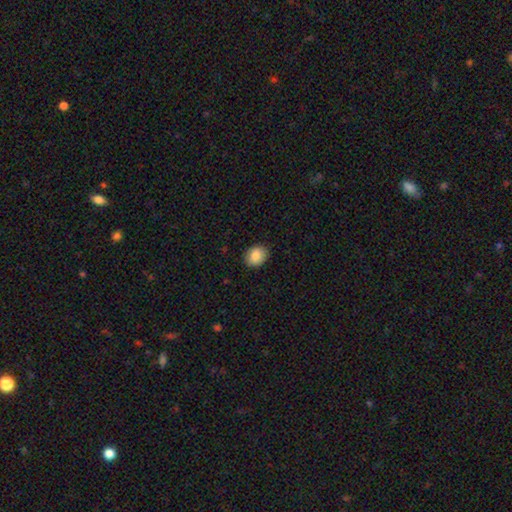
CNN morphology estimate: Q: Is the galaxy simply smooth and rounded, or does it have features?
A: smooth — 86%.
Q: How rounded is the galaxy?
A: in between — 54%.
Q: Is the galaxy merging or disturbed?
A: none — 88%.